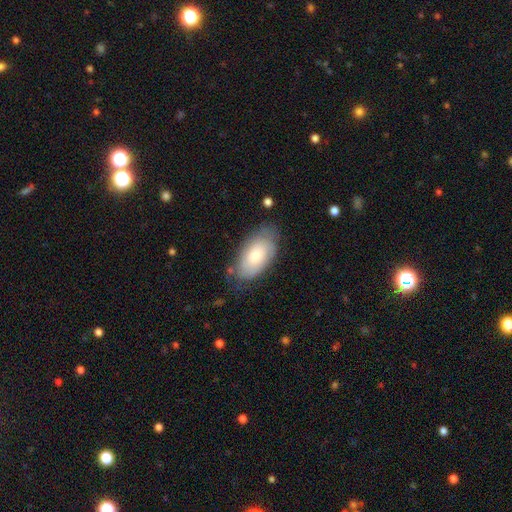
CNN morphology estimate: Smooth or featured?
  - smooth: 68% *
  - featured or disk: 26%
  - star or artifact: 6%
How rounded?
  - in between: 94% *
  - round: 3%
  - cigar-shaped: 2%
Merging?
  - none: 67% *
  - minor disturbance: 24%
  - major disturbance: 7%
  - merger: 2%